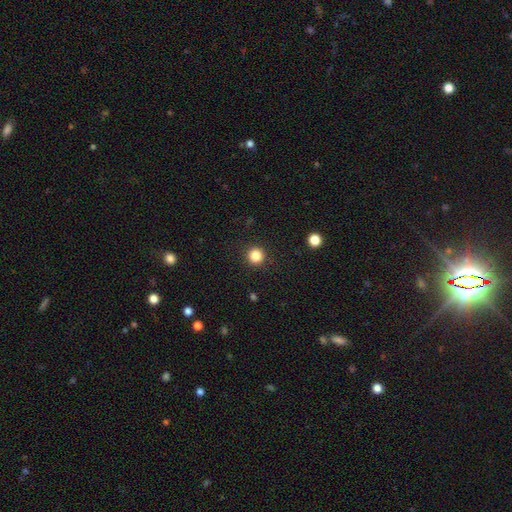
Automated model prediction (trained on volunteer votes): Overall: smooth (84%). How rounded: round (95%). Merging: none (93%).